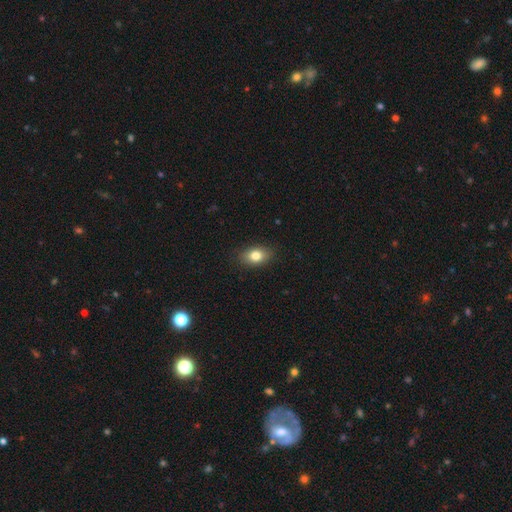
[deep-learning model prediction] A smooth galaxy with no disk features (81%) that is in between round and cigar-shaped (81%).

Vote fractions:
- Smooth or featured? smooth: 81% / featured or disk: 10% / star or artifact: 9%
- How rounded? in between: 81% / round: 16% / cigar-shaped: 2%
- Merging? none: 87% / minor disturbance: 9% / major disturbance: 2% / merger: 1%